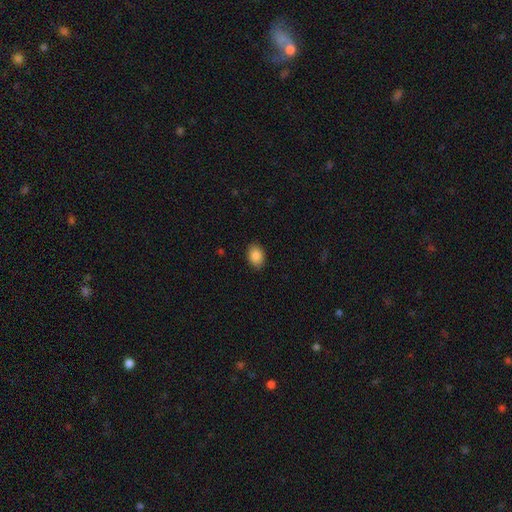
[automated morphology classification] A smooth galaxy with no disk features (87%) that is in between round and cigar-shaped (77%).

Vote fractions:
- Smooth or featured? smooth: 87% / star or artifact: 8% / featured or disk: 5%
- How rounded? in between: 77% / round: 21% / cigar-shaped: 1%
- Merging? none: 88% / minor disturbance: 9% / major disturbance: 2% / merger: 1%